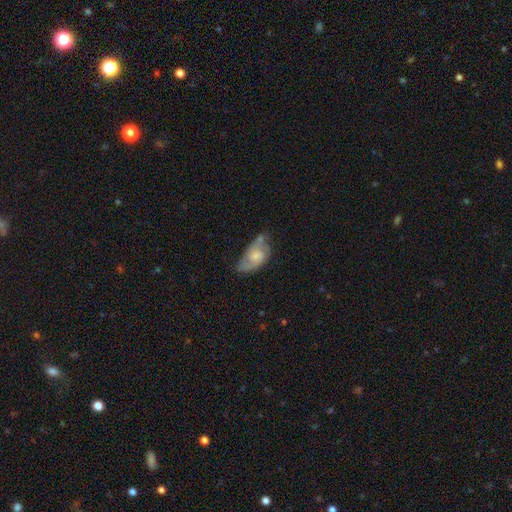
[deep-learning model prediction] featured or disk 72%, smooth 22%, star or artifact 6%. Down the decision tree: edge-on disk — no (96%); bar — no (65%); spiral arms — yes (91%); spiral arm count — 2 (79%); spiral winding — medium (48%); bulge size — small (50%); merging — none (53%).